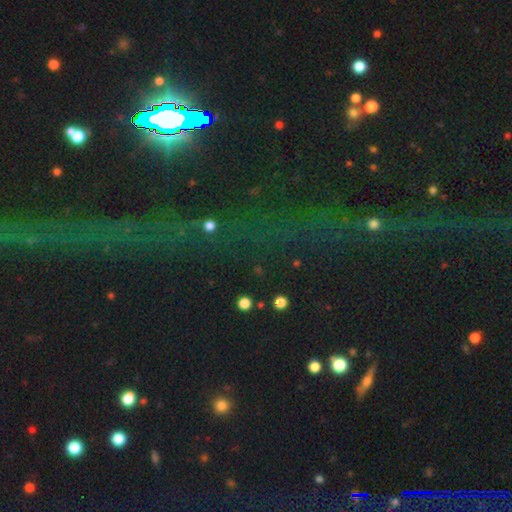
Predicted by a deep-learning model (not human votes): A star or artifact, not a galaxy (79%).

Vote fractions:
- Smooth or featured? star or artifact: 79% / smooth: 11% / featured or disk: 10%